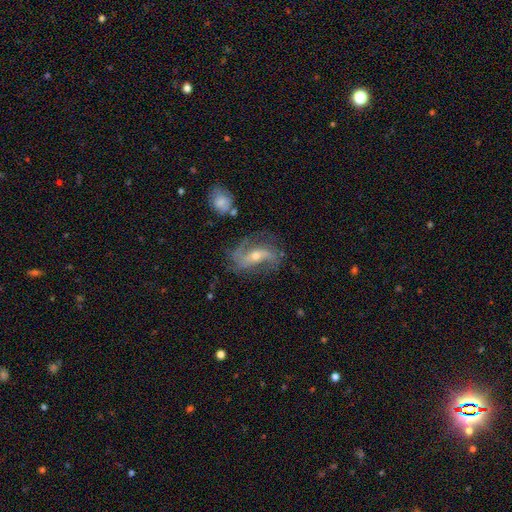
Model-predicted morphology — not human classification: featured or disk 83%, smooth 9%, star or artifact 8%. Down the decision tree: edge-on disk — no (93%); bar — weak (35%); spiral arms — yes (93%); spiral arm count — 2 (75%); spiral winding — loose (52%); bulge size — small (50%); merging — none (63%).